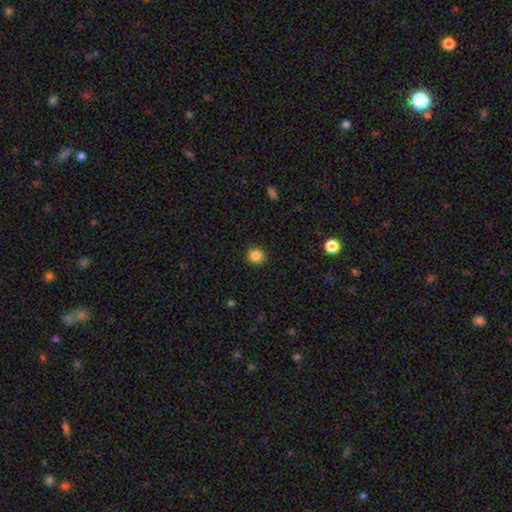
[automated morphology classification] The model was most divided on "smooth or featured": smooth: 85%, star or artifact: 11%, featured or disk: 4%. More confident: merging — none (91%); how rounded — round (88%).